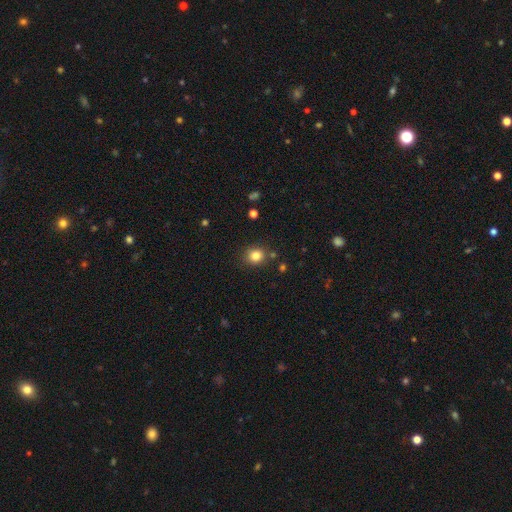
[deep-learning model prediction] Morphology: type=smooth (83%); roundness=round (80%); merging=none (84%).